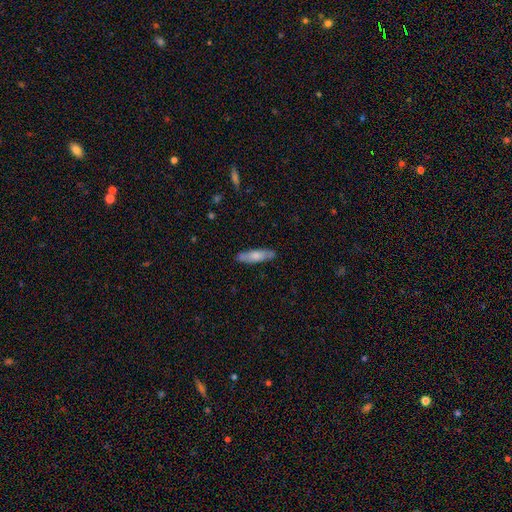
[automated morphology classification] Smooth or featured? smooth (67%)
How rounded? cigar-shaped (59%)
Merging? none (84%)